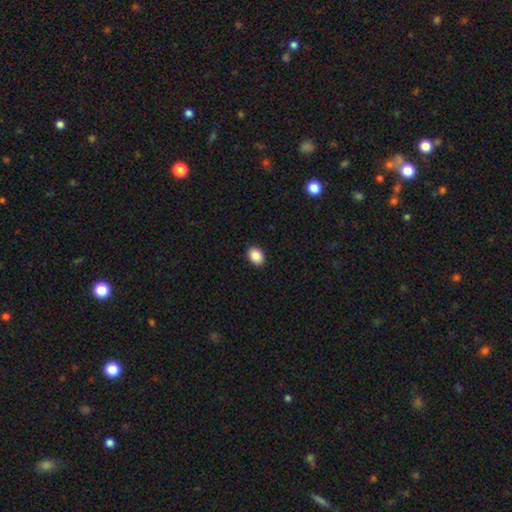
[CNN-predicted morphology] Overall: smooth (89%). How rounded: in between (71%). Merging: none (91%).